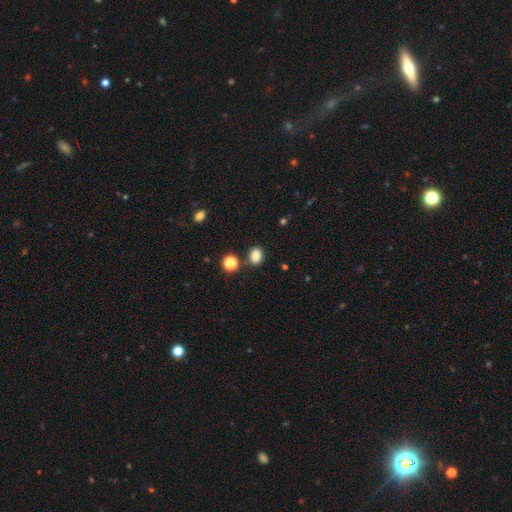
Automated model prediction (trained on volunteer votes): Q: Smooth or featured?
A: smooth (84%); runner-up: star or artifact (12%)
Q: How rounded?
A: in between (60%); runner-up: round (39%)
Q: Merging?
A: none (82%); runner-up: minor disturbance (10%)